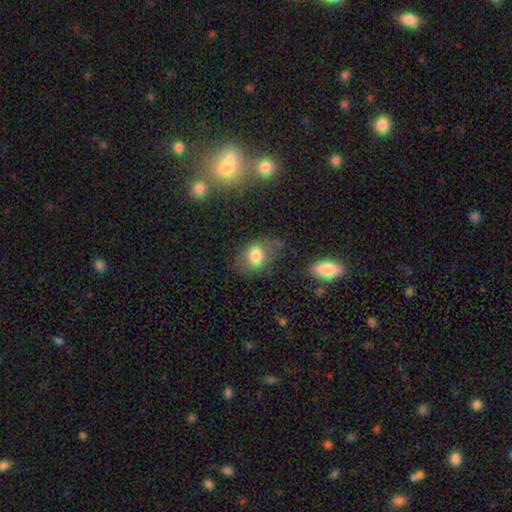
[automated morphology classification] Smooth or featured? smooth (75%)
How rounded? in between (70%)
Merging? none (54%)